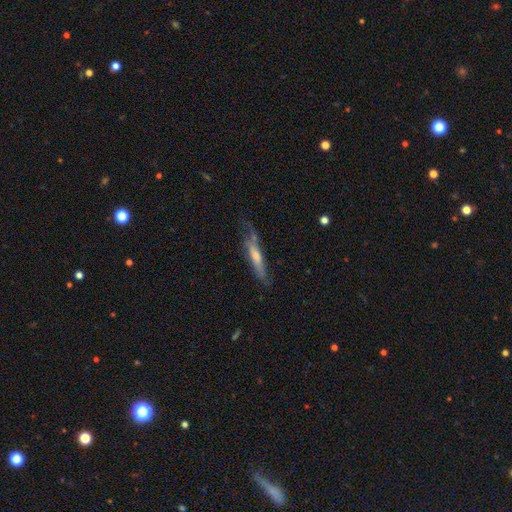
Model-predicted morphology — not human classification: type=featured or disk (58%); edge-on=yes (74%); merging=none (59%).